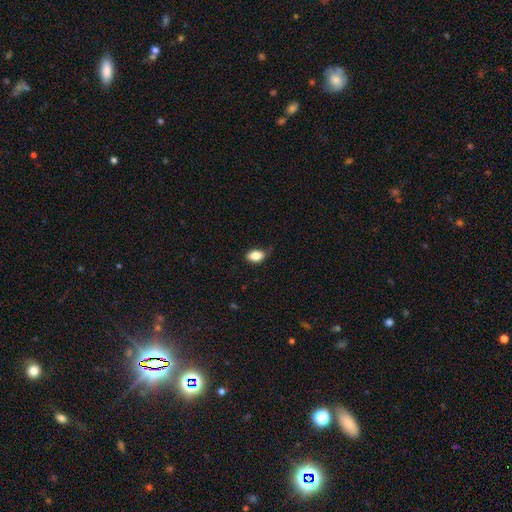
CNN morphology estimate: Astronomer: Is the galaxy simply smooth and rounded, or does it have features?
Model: smooth — 83%.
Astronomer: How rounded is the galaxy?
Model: in between — 88%.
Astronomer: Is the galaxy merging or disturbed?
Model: none — 69%.